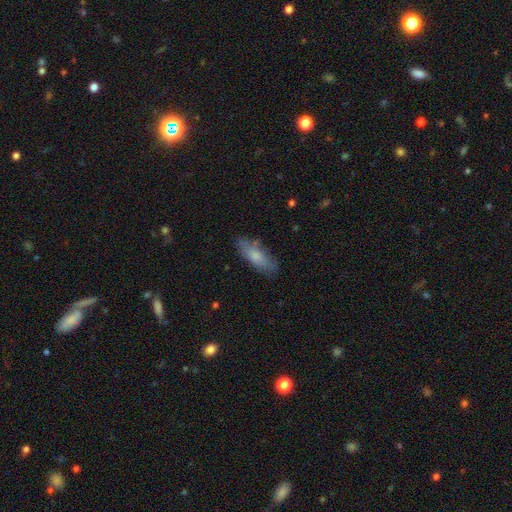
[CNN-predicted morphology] Smooth or featured: smooth — 73% (featured or disk — 21%)
How rounded: in between — 65% (cigar-shaped — 33%)
Merging: none — 76% (minor disturbance — 18%)